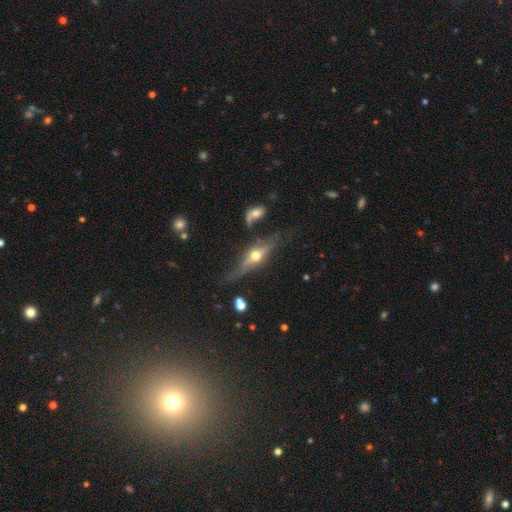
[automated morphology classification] smooth_or_featured: featured or disk (p=0.75) [alt: smooth p=0.17]
disk_edge_on: yes (p=0.90) [alt: no p=0.10]
edge_on_bulge: rounded (p=0.95) [alt: boxy p=0.03]
merging: none (p=0.67) [alt: minor disturbance p=0.18]